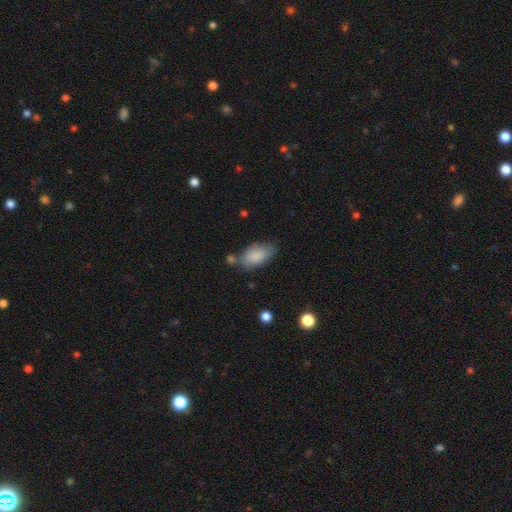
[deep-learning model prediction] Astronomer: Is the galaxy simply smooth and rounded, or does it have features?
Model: smooth — 86%.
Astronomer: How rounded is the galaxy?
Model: in between — 93%.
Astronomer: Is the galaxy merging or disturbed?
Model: none — 60%.